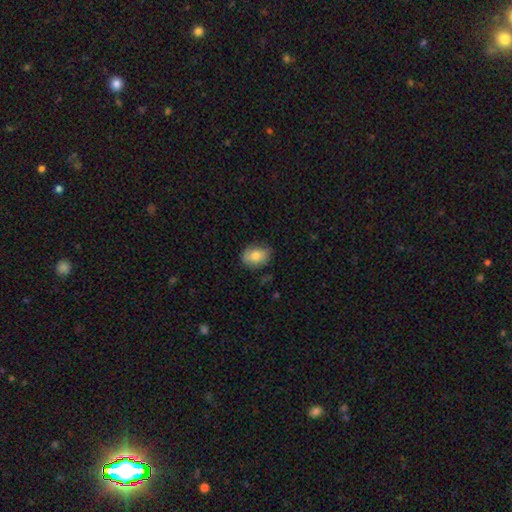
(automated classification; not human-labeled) Q: Smooth or featured?
A: smooth (80%); runner-up: featured or disk (13%)
Q: How rounded?
A: in between (73%); runner-up: round (26%)
Q: Merging?
A: none (74%); runner-up: minor disturbance (20%)